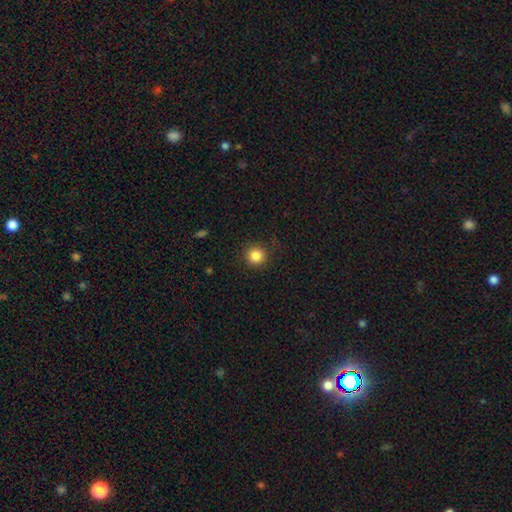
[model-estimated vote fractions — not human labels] Overall: smooth (86%). How rounded: round (93%). Merging: none (88%).